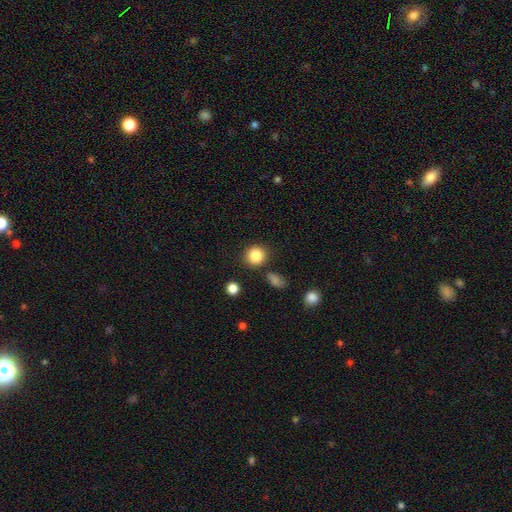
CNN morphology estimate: type=smooth (86%); roundness=round (88%); merging=none (83%).